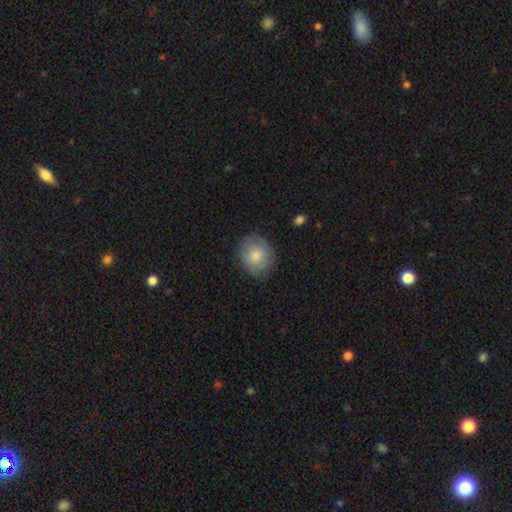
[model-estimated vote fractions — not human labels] The model was most divided on "how rounded": round: 71%, in between: 28%, cigar-shaped: 1%. More confident: smooth or featured — smooth (79%); merging — none (78%).